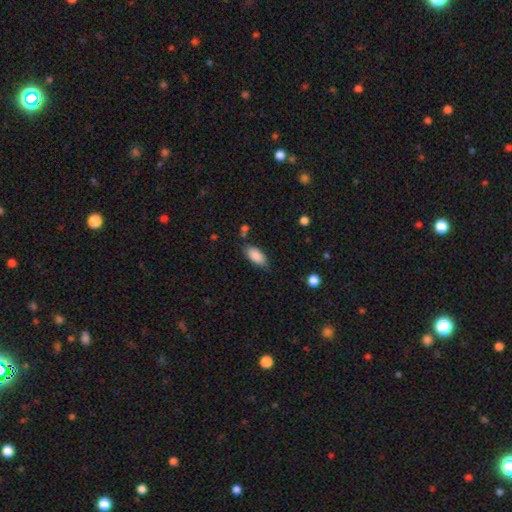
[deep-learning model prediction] Smooth or featured? smooth (88%)
How rounded? in between (88%)
Merging? none (74%)